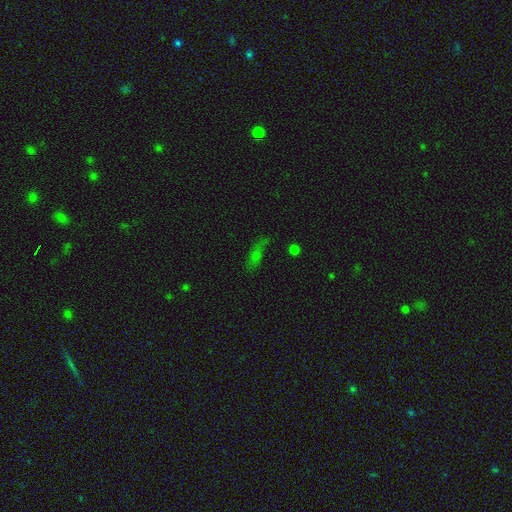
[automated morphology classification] Smooth or featured? Predicted: smooth (p=0.46). Merging? Predicted: none (p=0.61).